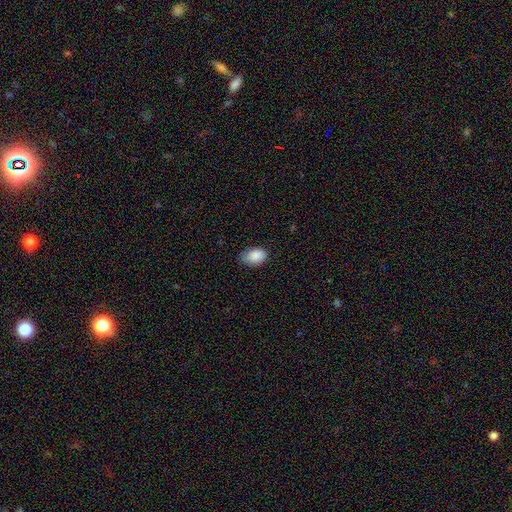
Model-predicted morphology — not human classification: Smooth or featured: smooth — 88% (star or artifact — 7%)
How rounded: in between — 89% (round — 10%)
Merging: none — 70% (minor disturbance — 25%)